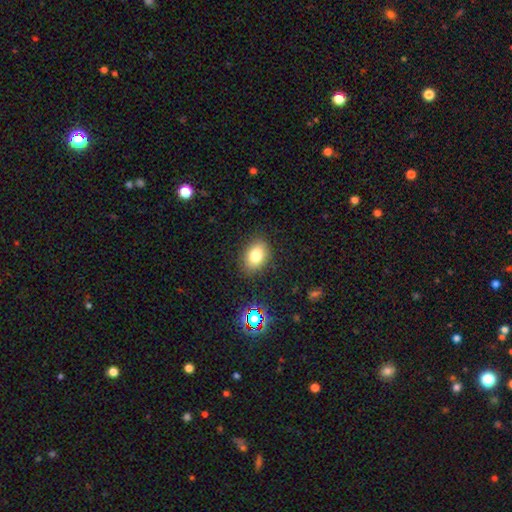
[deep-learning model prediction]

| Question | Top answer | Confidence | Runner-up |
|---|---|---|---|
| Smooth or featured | smooth | 78% | star or artifact (12%) |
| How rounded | in between | 76% | round (23%) |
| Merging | none | 85% | minor disturbance (10%) |